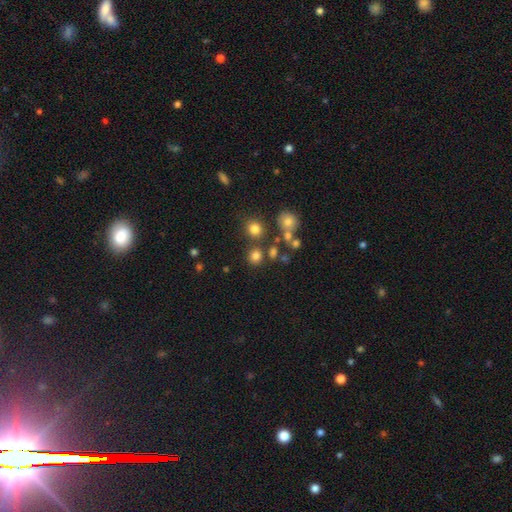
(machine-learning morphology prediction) This appears to be a smooth galaxy with no disk features (77%) that is round (85%). Merging: none (74%).